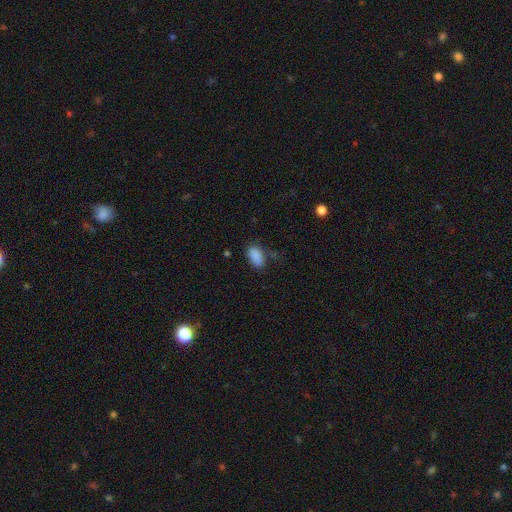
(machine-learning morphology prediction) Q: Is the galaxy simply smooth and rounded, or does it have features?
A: smooth — 87%.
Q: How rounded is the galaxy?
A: in between — 93%.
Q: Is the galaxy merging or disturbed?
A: none — 68%.